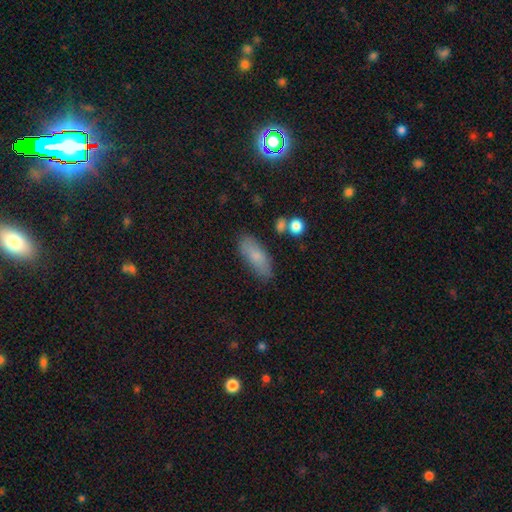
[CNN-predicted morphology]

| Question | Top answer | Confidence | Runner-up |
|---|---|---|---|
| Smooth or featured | smooth | 77% | featured or disk (15%) |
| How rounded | in between | 74% | cigar-shaped (23%) |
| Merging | none | 78% | minor disturbance (15%) |